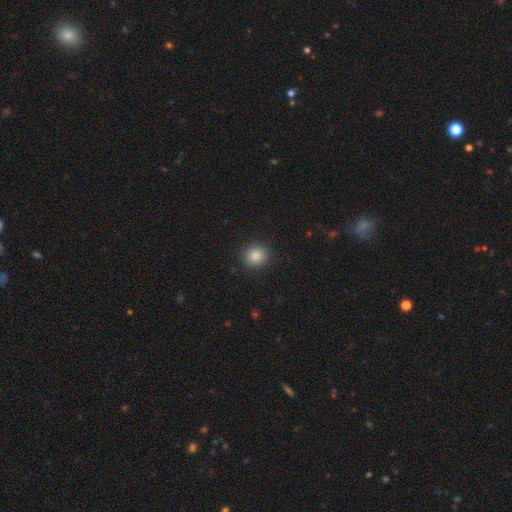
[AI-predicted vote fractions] Smooth or featured?
  - smooth: 86% *
  - star or artifact: 10%
  - featured or disk: 4%
How rounded?
  - round: 86% *
  - in between: 13%
  - cigar-shaped: 1%
Merging?
  - none: 91% *
  - minor disturbance: 6%
  - major disturbance: 2%
  - merger: 1%